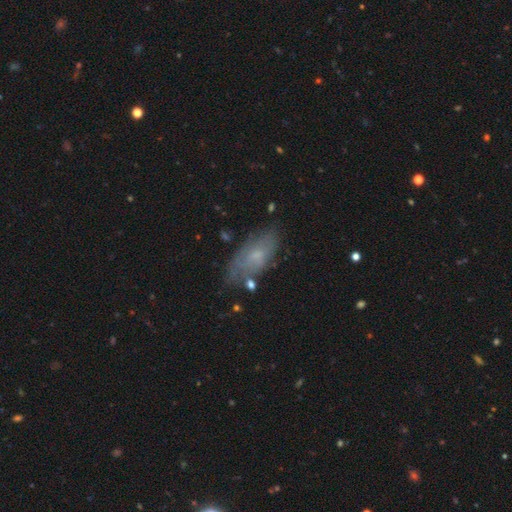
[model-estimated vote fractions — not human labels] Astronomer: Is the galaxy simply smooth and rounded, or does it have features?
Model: smooth — 54% (runner-up: featured or disk, 37%).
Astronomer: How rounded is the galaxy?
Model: in between — 85%.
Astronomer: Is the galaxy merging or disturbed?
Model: none — 65%.